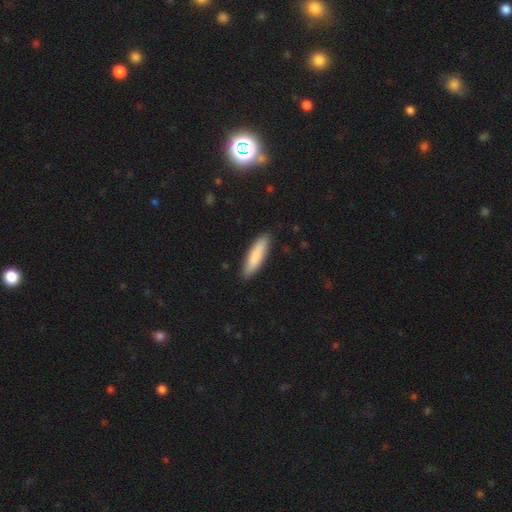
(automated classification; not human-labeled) A smooth galaxy with no disk features (85%) that is cigar-shaped (70%). Merging: none (88%).